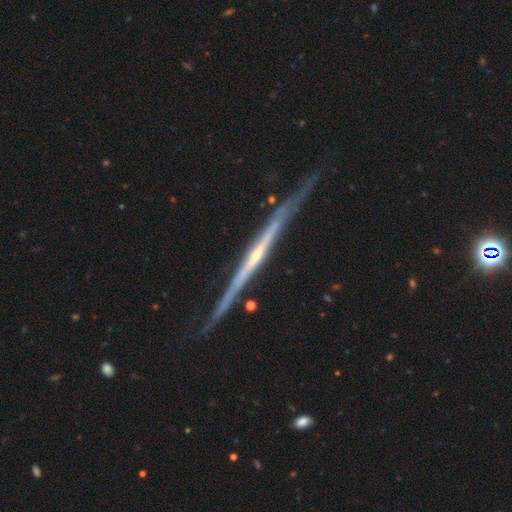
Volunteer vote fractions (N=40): Smooth or featured? featured or disk (90%)
Edge-on disk? yes (97%)
Edge-on bulge? rounded (46%)
Merging? none (67%)